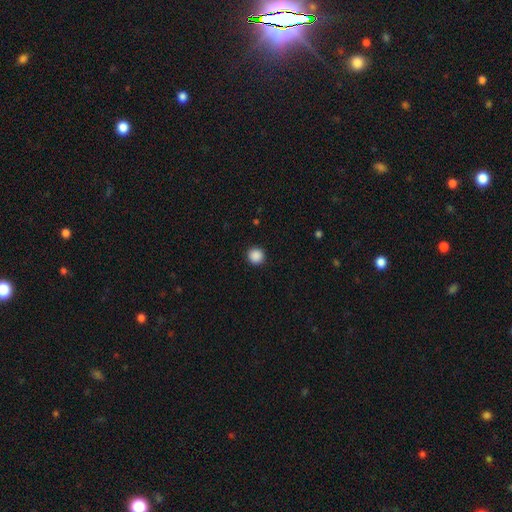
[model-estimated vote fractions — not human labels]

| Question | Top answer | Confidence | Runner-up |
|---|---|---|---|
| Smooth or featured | smooth | 89% | star or artifact (9%) |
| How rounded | round | 94% | in between (5%) |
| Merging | none | 92% | minor disturbance (5%) |